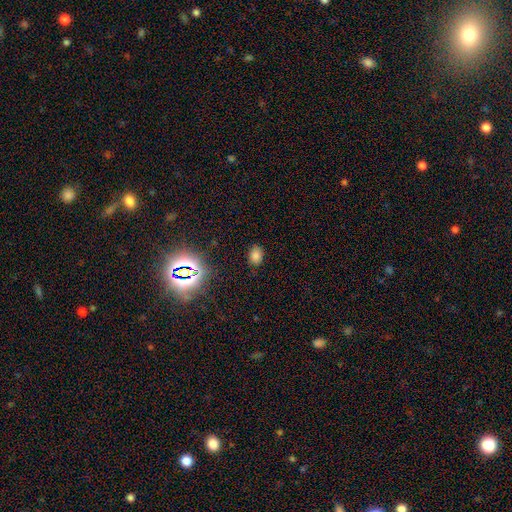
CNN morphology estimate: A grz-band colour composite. It shows a smooth galaxy with no disk features (74%) that is in between round and cigar-shaped (70%). Merging: none (84%).